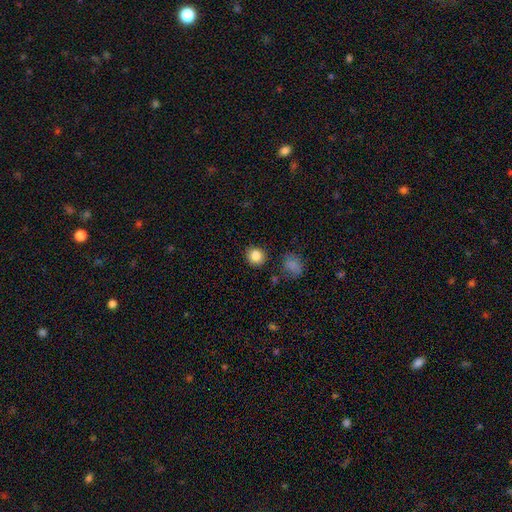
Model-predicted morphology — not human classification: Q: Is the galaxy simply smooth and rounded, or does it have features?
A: smooth — 85%.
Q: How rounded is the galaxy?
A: round — 86%.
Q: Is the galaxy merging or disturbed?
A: none — 87%.